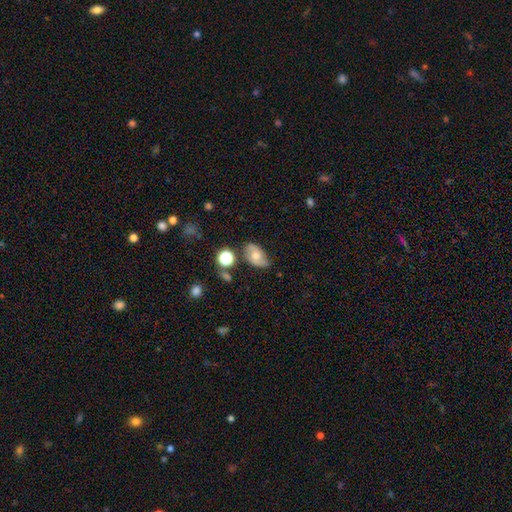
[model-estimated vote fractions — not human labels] This is possibly a smooth galaxy (57%). How rounded: clearly in between (87%). Merging: likely none (65%).